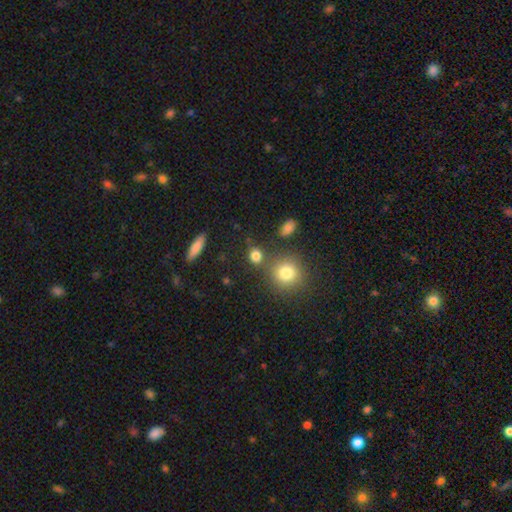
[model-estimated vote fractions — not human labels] Smooth or featured: smooth — 80% (star or artifact — 14%)
How rounded: round — 74% (in between — 24%)
Merging: none — 72% (merger — 14%)